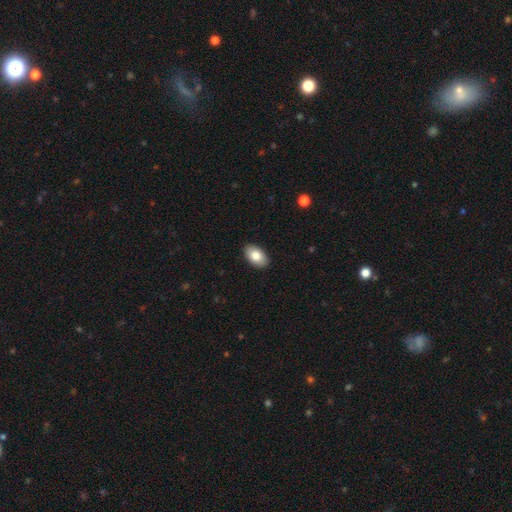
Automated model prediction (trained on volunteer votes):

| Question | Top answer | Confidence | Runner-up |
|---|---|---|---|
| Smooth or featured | smooth | 83% | featured or disk (11%) |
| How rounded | in between | 93% | round (5%) |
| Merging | none | 90% | minor disturbance (8%) |